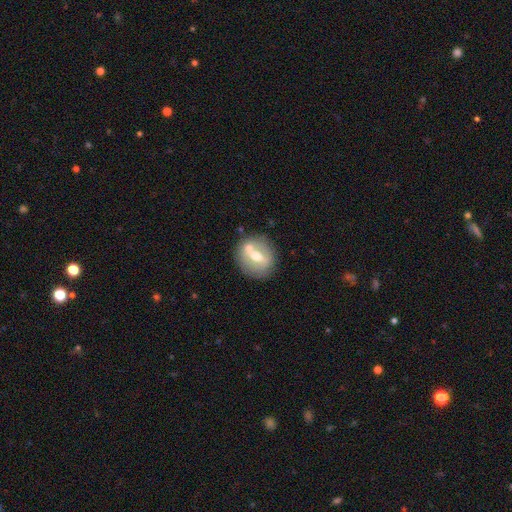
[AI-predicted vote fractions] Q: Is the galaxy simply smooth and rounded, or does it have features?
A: featured or disk — 51%.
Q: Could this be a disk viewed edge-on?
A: no — 87%.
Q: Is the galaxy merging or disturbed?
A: none — 66%.